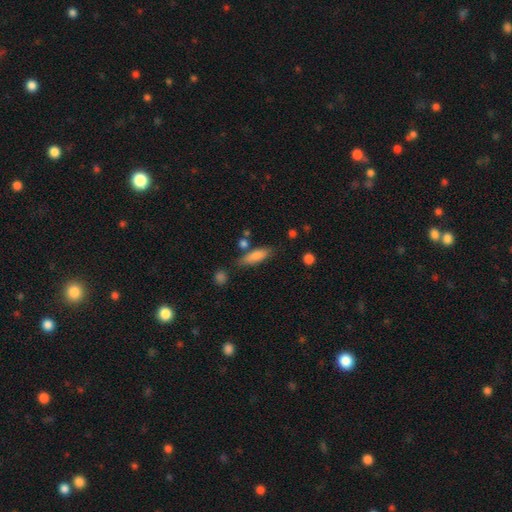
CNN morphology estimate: Smooth or featured? Predicted: smooth (p=0.82). How rounded? Predicted: in between (p=0.50). Merging? Predicted: none (p=0.71).